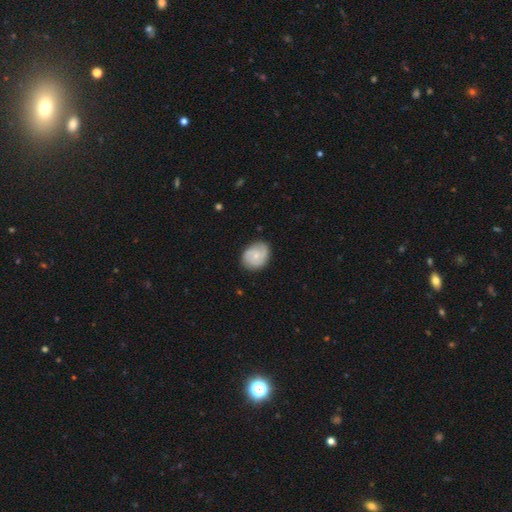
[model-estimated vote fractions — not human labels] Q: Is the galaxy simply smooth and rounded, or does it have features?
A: featured or disk — 58%.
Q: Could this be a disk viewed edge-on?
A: no — 97%.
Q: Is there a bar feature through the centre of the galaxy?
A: no — 72%.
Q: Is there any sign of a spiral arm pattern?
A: yes — 89%.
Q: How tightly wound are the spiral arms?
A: tight — 49%.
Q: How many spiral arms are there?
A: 2 — 55%.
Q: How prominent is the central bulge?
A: small — 65%.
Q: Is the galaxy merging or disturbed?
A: none — 76%.